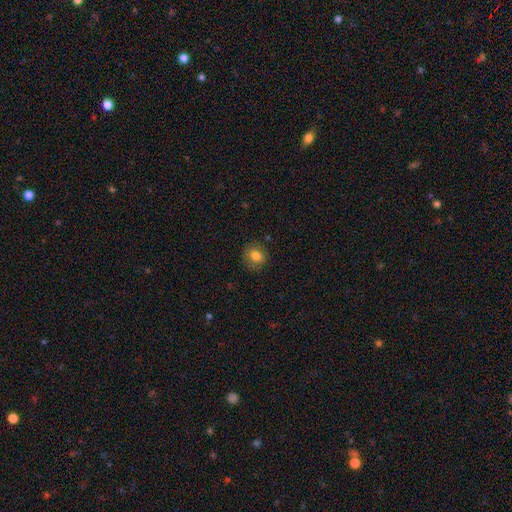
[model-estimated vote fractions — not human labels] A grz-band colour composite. It shows a smooth galaxy with no disk features (78%) that is round (76%). Merging: none (84%).